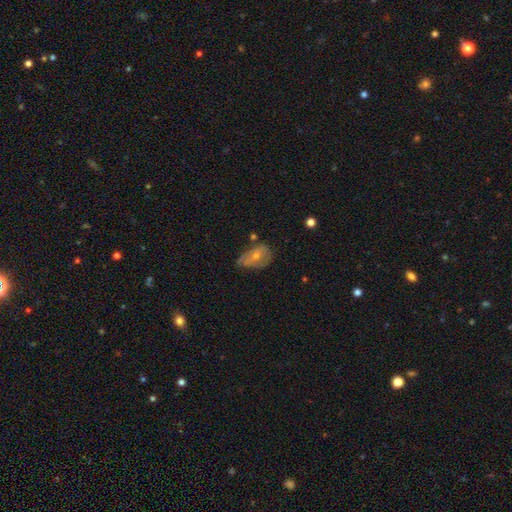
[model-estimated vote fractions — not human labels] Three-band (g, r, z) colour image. It shows a featured or disk galaxy (50%). Merging: none (47%).